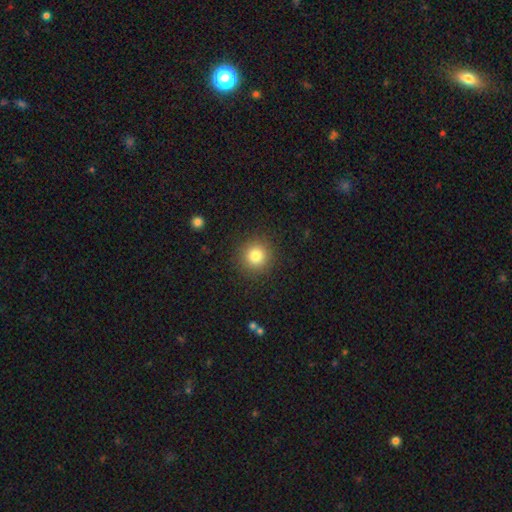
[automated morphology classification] Q: Smooth or featured?
A: smooth (82%); runner-up: star or artifact (11%)
Q: How rounded?
A: round (93%); runner-up: in between (6%)
Q: Merging?
A: none (90%); runner-up: minor disturbance (6%)